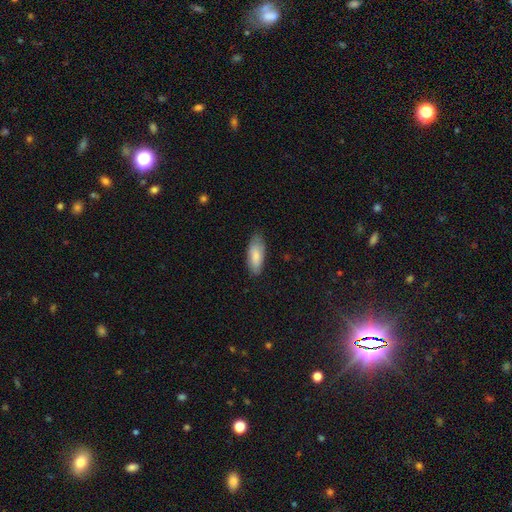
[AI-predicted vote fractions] Smooth or featured: smooth — 82% (featured or disk — 12%)
How rounded: in between — 79% (cigar-shaped — 19%)
Merging: none — 76% (minor disturbance — 19%)